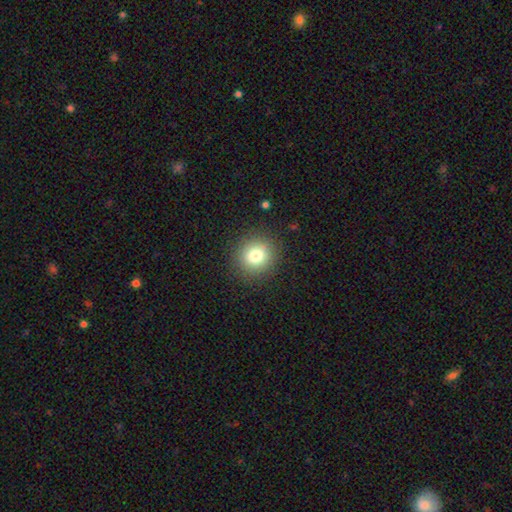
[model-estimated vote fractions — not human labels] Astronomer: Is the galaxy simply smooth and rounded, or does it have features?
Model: smooth — 79%.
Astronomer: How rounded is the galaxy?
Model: round — 89%.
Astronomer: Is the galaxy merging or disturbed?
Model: none — 89%.